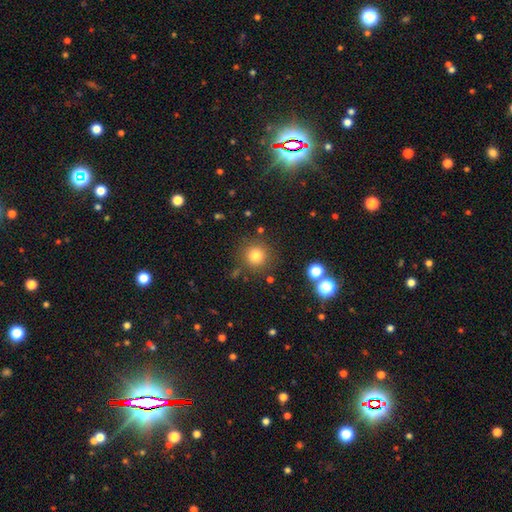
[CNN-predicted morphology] Smooth or featured? Predicted: smooth (p=0.79). How rounded? Predicted: round (p=0.95). Merging? Predicted: none (p=0.85).